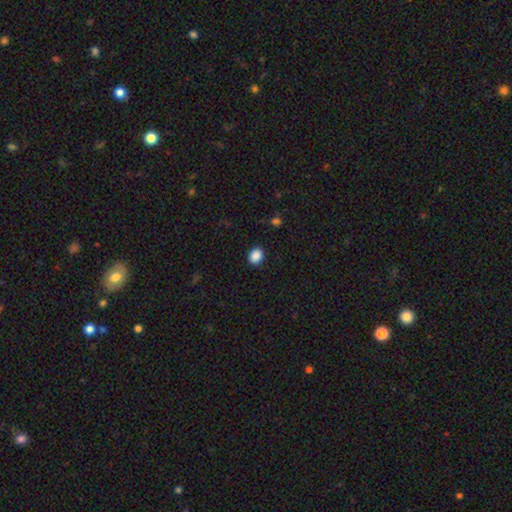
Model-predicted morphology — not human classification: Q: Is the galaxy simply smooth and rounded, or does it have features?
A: smooth — 89%.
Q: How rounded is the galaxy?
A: round — 53%.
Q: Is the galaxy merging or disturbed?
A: none — 89%.